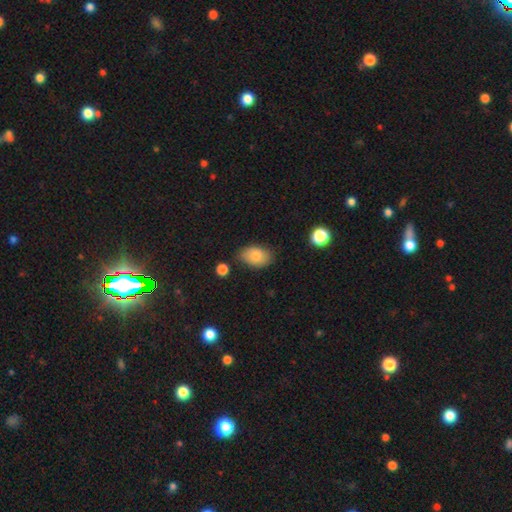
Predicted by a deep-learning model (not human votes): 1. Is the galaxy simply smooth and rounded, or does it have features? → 80% smooth, 12% featured or disk, 8% star or artifact.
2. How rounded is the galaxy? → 88% in between, 11% round, 1% cigar-shaped.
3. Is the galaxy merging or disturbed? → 75% none, 19% minor disturbance, 4% major disturbance, 3% merger.